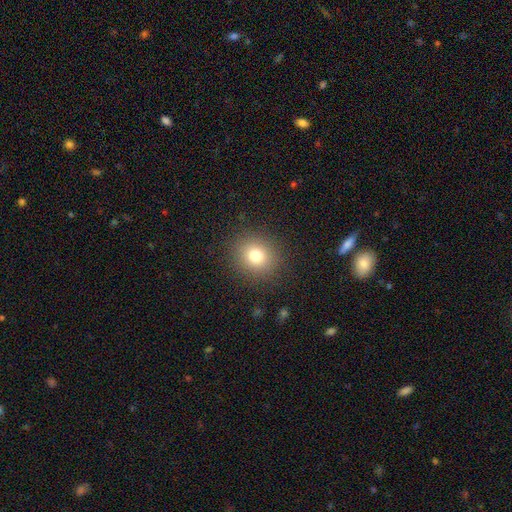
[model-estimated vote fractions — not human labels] This is likely a smooth galaxy (78%). How rounded: clearly round (83%). Merging: clearly none (88%).